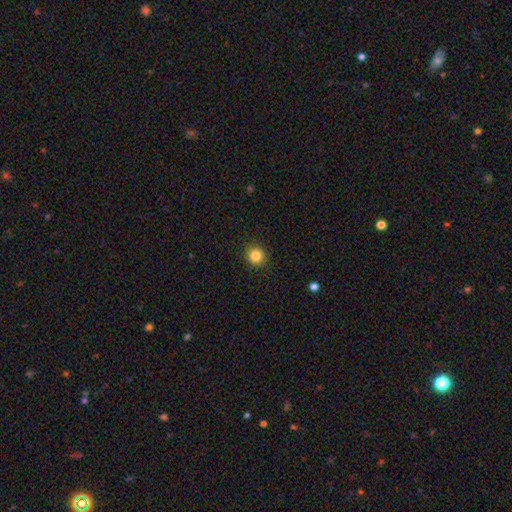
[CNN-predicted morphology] smooth-or-featured: smooth: 84% | star or artifact: 11% | featured or disk: 4%
  how-rounded: round: 93% | in between: 6% | cigar-shaped: 1%
  merging: none: 92% | minor disturbance: 6% | major disturbance: 2% | merger: 1%